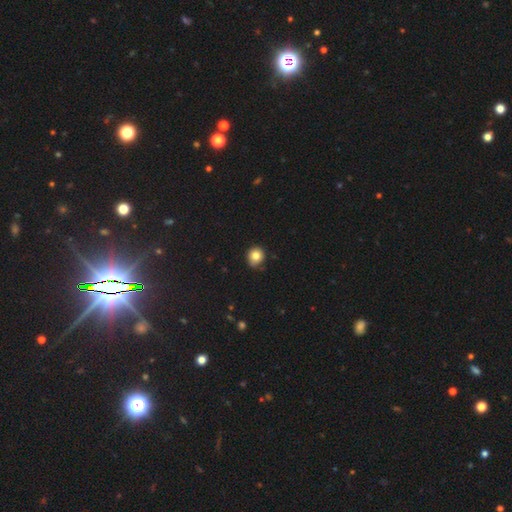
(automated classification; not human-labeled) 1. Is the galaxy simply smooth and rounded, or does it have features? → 81% smooth, 11% star or artifact, 8% featured or disk.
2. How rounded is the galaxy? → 87% round, 13% in between, 1% cigar-shaped.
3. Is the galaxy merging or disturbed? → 77% none, 18% minor disturbance, 3% major disturbance, 2% merger.